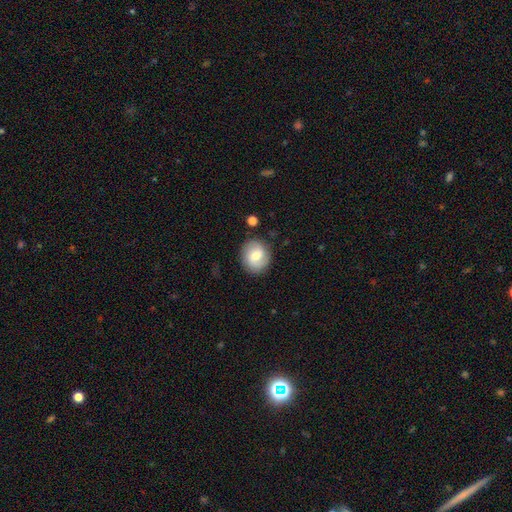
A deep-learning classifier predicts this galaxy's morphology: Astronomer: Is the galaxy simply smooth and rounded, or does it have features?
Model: smooth — 55% (runner-up: featured or disk, 37%).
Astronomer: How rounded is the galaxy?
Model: round — 75%.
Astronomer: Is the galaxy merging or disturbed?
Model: none — 83%.